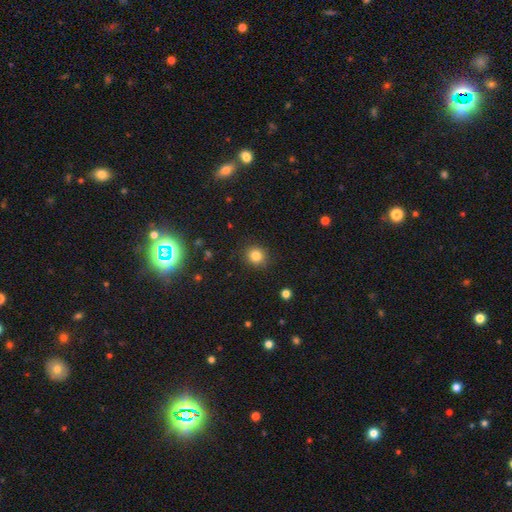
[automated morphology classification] A smooth galaxy with no disk features (83%) that is round (88%). Merging: none (89%).